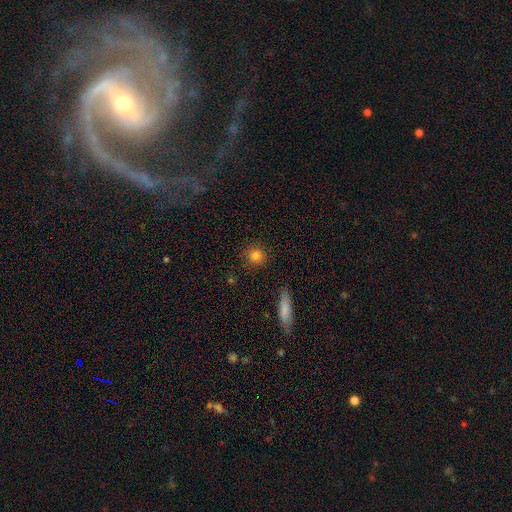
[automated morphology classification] Smooth or featured: smooth — 82% (star or artifact — 11%)
How rounded: round — 90% (in between — 8%)
Merging: none — 89% (minor disturbance — 7%)